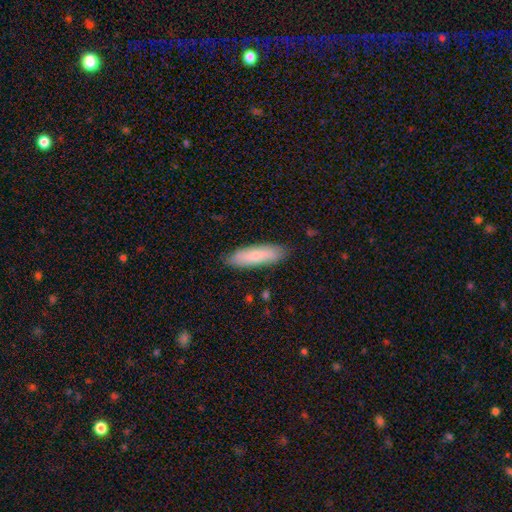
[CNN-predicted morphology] Smooth or featured?
  - smooth: 75% *
  - featured or disk: 20%
  - star or artifact: 6%
How rounded?
  - cigar-shaped: 59% *
  - in between: 39%
  - round: 2%
Merging?
  - none: 86% *
  - minor disturbance: 11%
  - major disturbance: 2%
  - merger: 1%